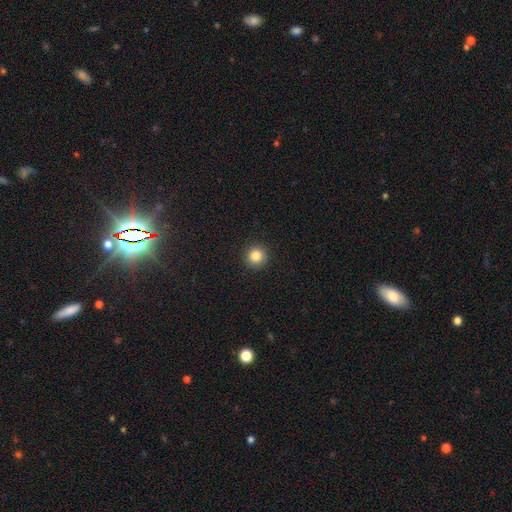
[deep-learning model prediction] Smooth or featured? smooth (84%)
How rounded? round (95%)
Merging? none (92%)